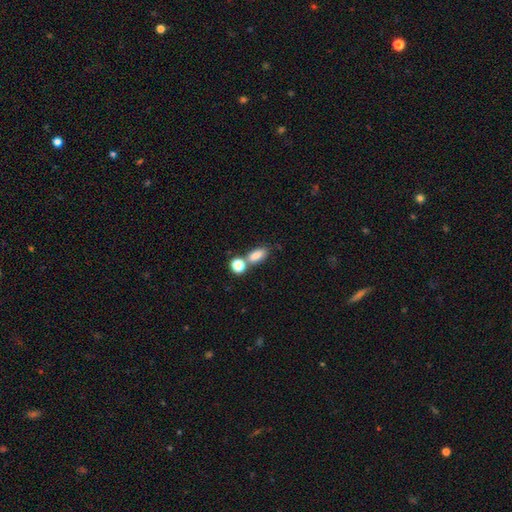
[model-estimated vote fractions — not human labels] smooth_or_featured: smooth (p=0.81) [alt: star or artifact p=0.11]
how_rounded: in between (p=0.80) [alt: round p=0.13]
merging: none (p=0.49) [alt: merger p=0.35]